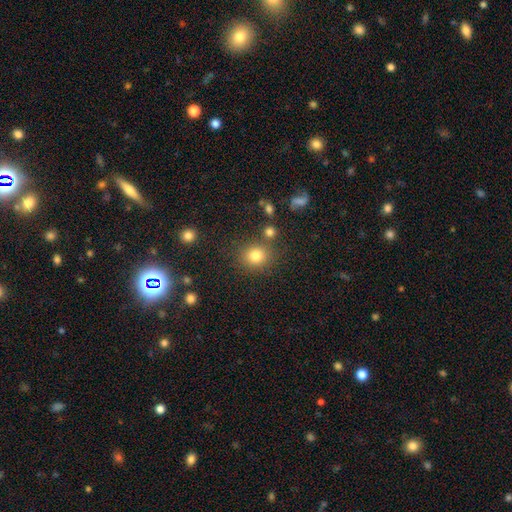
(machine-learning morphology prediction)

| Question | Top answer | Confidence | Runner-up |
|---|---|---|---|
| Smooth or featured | smooth | 81% | star or artifact (13%) |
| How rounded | round | 81% | in between (18%) |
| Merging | none | 78% | minor disturbance (10%) |